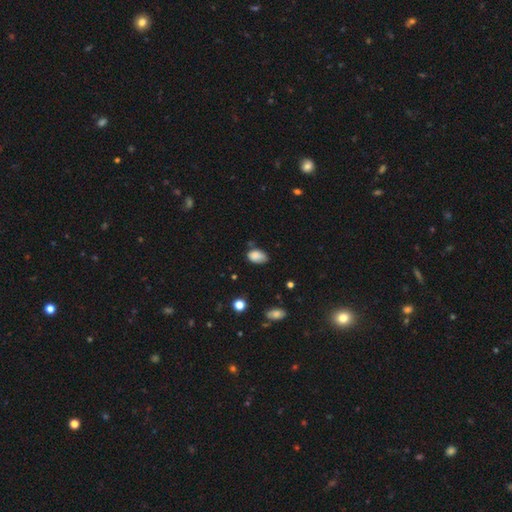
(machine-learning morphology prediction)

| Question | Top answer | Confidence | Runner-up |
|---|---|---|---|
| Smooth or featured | smooth | 84% | star or artifact (9%) |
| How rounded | in between | 89% | round (9%) |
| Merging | none | 53% | minor disturbance (36%) |